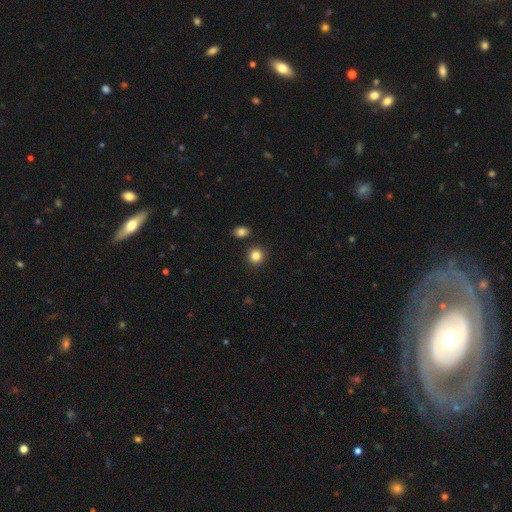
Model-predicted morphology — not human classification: Smooth or featured? smooth (85%)
How rounded? round (89%)
Merging? none (88%)